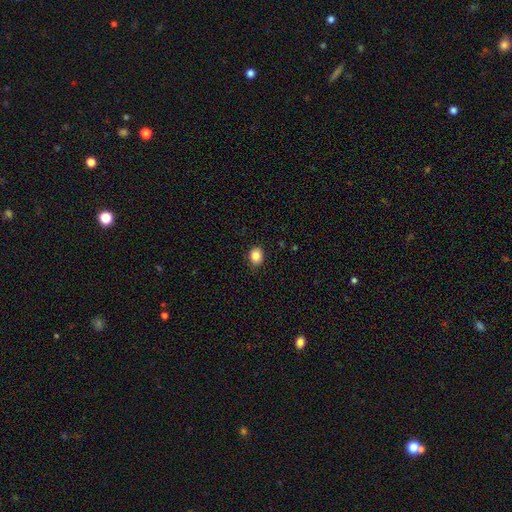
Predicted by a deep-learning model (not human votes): A smooth galaxy with no disk features (85%) that is round (55%).

Vote fractions:
- Smooth or featured? smooth: 85% / star or artifact: 10% / featured or disk: 5%
- How rounded? round: 55% / in between: 45% / cigar-shaped: 1%
- Merging? none: 85% / minor disturbance: 12% / major disturbance: 2% / merger: 1%